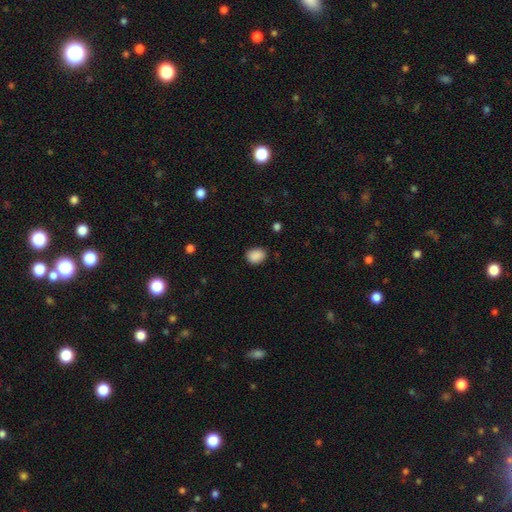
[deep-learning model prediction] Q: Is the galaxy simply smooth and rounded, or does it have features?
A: smooth — 89%.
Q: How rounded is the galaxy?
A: in between — 64%.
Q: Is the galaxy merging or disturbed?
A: none — 84%.